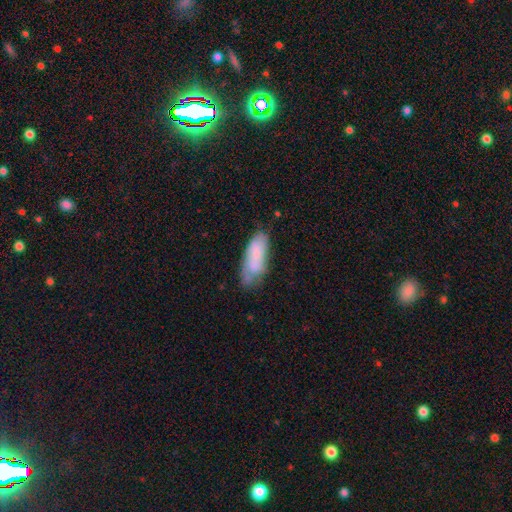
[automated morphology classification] The model was most divided on "merging": none: 53%, minor disturbance: 32%, major disturbance: 10%, merger: 5%. More confident: how rounded — in between (71%); smooth or featured — smooth (66%).